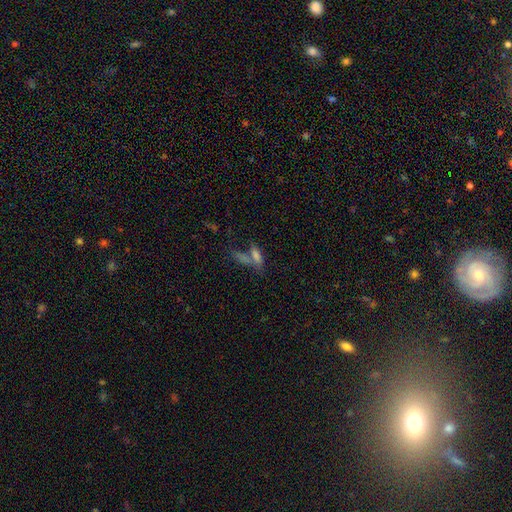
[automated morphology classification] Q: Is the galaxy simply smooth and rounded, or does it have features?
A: smooth — 68%.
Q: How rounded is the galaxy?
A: in between — 51%.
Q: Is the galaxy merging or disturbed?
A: merger — 49%.